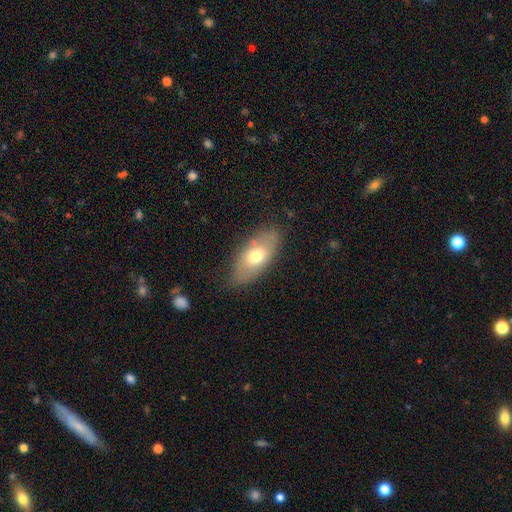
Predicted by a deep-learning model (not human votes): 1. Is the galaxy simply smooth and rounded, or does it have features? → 65% smooth, 27% featured or disk, 7% star or artifact.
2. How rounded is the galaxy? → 88% in between, 7% cigar-shaped, 4% round.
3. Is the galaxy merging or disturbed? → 78% none, 16% minor disturbance, 5% major disturbance, 2% merger.